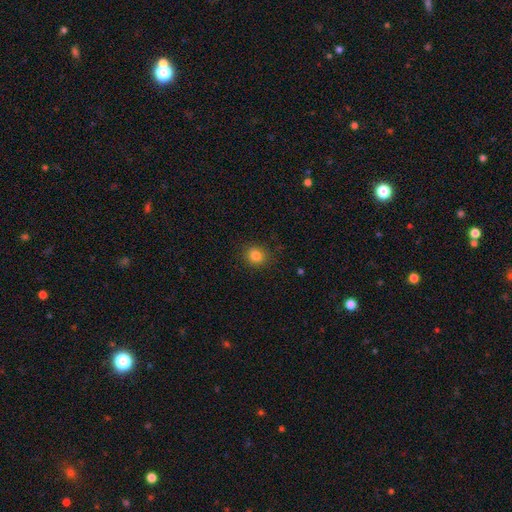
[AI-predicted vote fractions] A smooth galaxy with no disk features (83%) that is round (84%).

Vote fractions:
- Smooth or featured? smooth: 83% / star or artifact: 12% / featured or disk: 5%
- How rounded? round: 84% / in between: 15% / cigar-shaped: 1%
- Merging? none: 89% / minor disturbance: 7% / major disturbance: 2% / merger: 1%